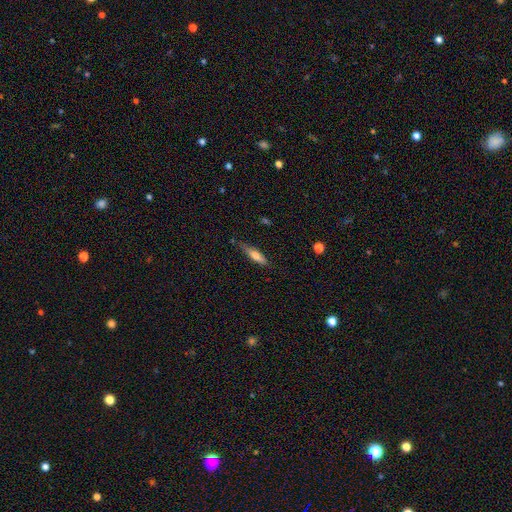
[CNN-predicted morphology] Smooth or featured? Predicted: smooth (p=0.63). How rounded? Predicted: cigar-shaped (p=0.75). Merging? Predicted: none (p=0.69).